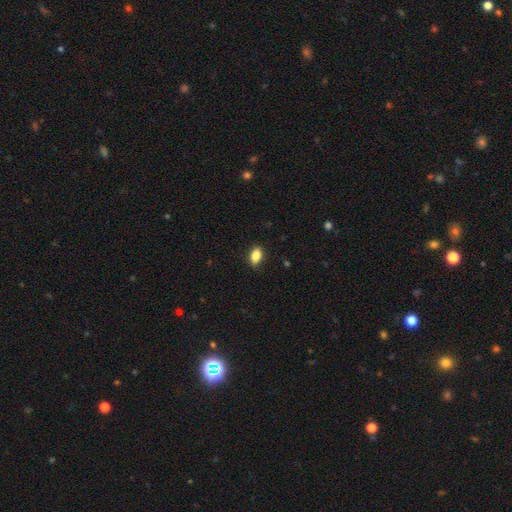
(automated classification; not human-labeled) Smooth or featured?
  - smooth: 86% *
  - star or artifact: 8%
  - featured or disk: 6%
How rounded?
  - in between: 88% *
  - round: 9%
  - cigar-shaped: 4%
Merging?
  - none: 84% *
  - minor disturbance: 13%
  - major disturbance: 2%
  - merger: 1%